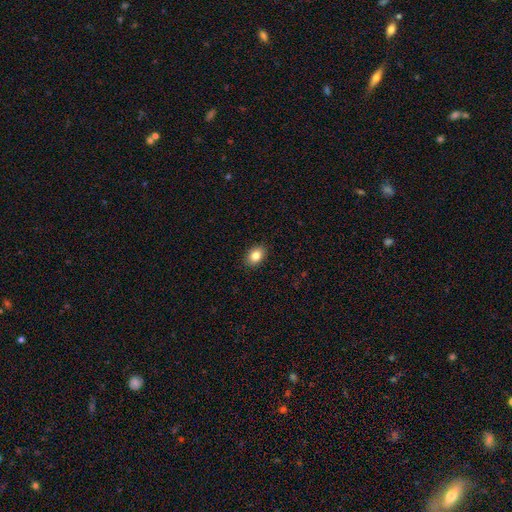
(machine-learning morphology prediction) The model was most divided on "how rounded": in between: 75%, round: 24%, cigar-shaped: 1%. More confident: merging — none (90%); smooth or featured — smooth (84%).